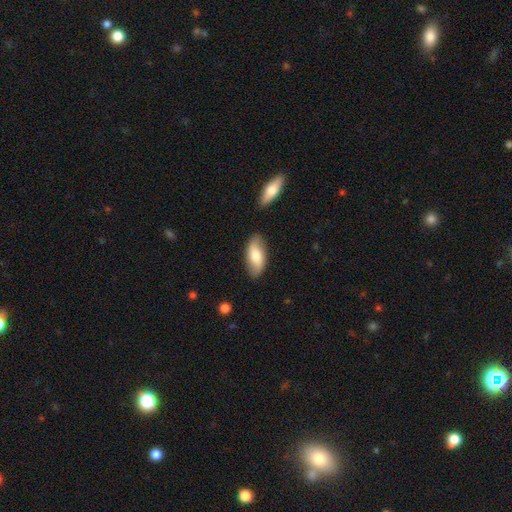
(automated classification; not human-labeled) Smooth or featured? smooth (71%)
How rounded? in between (89%)
Merging? none (81%)